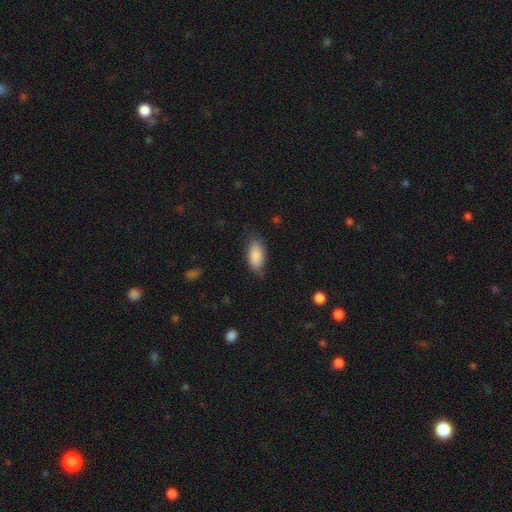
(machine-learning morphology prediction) A smooth galaxy with no disk features (86%) that is in between round and cigar-shaped (89%). Merging: none (72%).